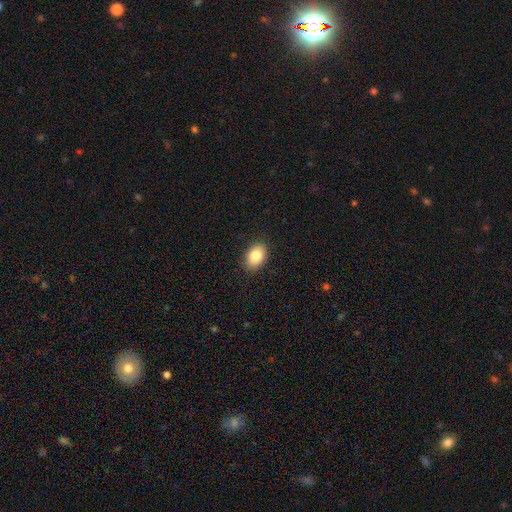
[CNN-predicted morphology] type=smooth (84%); roundness=in between (83%); merging=none (89%).